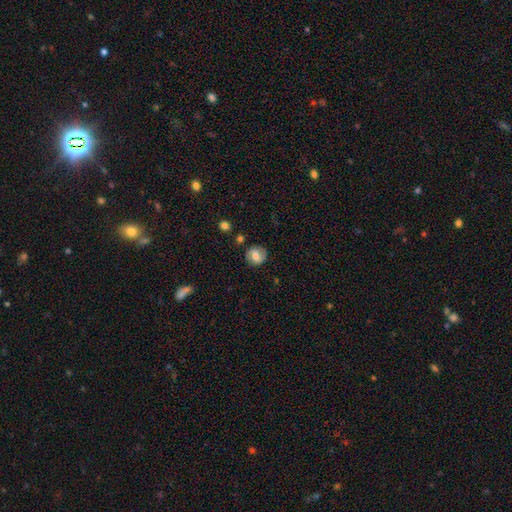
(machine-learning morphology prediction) Smooth or featured? featured or disk (49%)
Merging? none (82%)